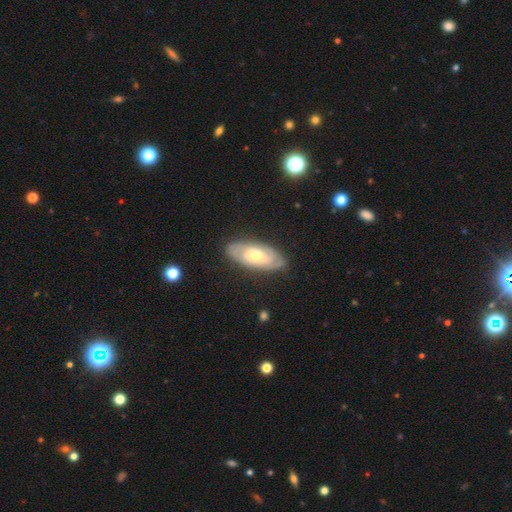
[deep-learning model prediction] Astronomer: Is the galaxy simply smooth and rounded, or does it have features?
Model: featured or disk — 67%.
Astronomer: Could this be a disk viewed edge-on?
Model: no — 88%.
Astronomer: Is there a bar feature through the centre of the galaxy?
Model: no — 69%.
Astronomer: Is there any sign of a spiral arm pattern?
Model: yes — 81%.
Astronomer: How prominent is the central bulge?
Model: moderate — 61%.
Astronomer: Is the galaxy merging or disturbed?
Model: none — 82%.